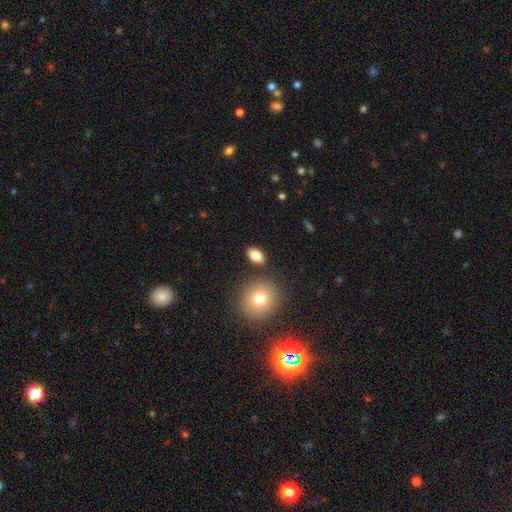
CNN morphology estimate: type=smooth (83%); roundness=in between (86%); merging=none (84%).